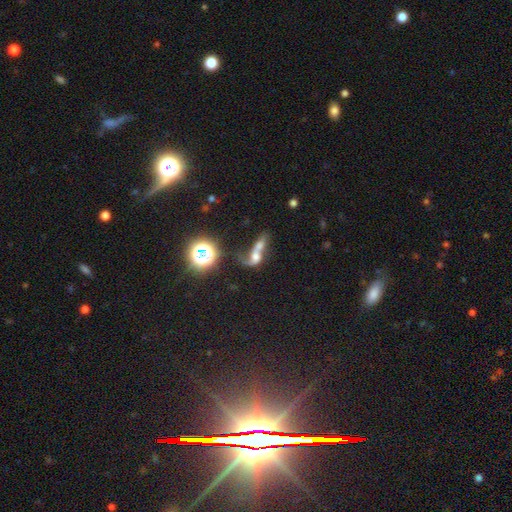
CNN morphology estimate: smooth-or-featured: featured or disk: 46% | smooth: 35% | star or artifact: 20%
  merging: merger: 68% | major disturbance: 14% | none: 13% | minor disturbance: 6%